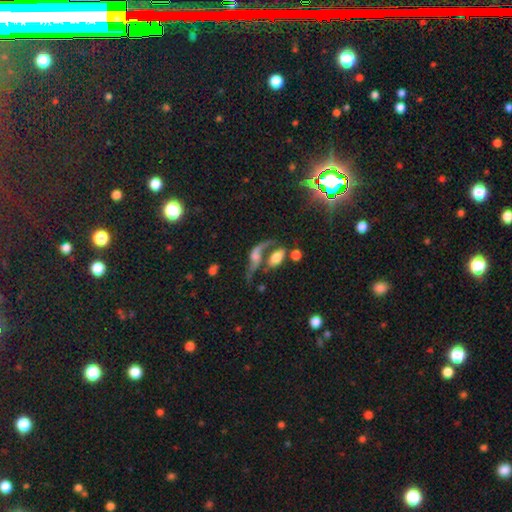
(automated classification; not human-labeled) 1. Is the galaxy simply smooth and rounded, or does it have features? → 61% featured or disk, 27% smooth, 12% star or artifact.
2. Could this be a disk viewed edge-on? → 85% no, 15% yes.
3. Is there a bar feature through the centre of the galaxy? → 63% no, 27% weak, 10% strong.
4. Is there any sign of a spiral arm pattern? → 76% yes, 24% no.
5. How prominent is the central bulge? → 31% moderate, 26% small, 24% none, 16% large, 4% dominant.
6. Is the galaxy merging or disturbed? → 43% merger, 25% none, 21% major disturbance, 12% minor disturbance.